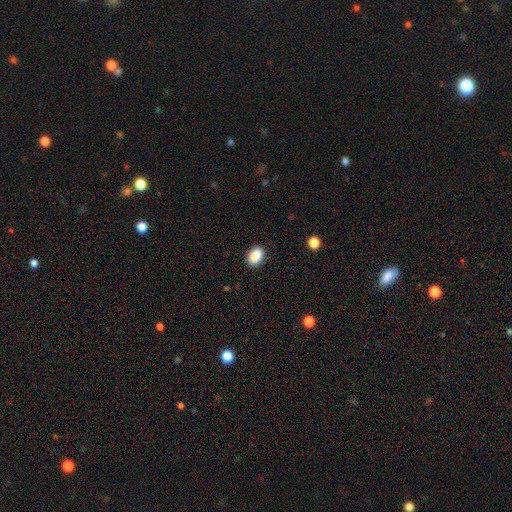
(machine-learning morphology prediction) smooth 89%, star or artifact 8%, featured or disk 3%. Down the decision tree: how rounded — in between (83%); merging — none (89%).